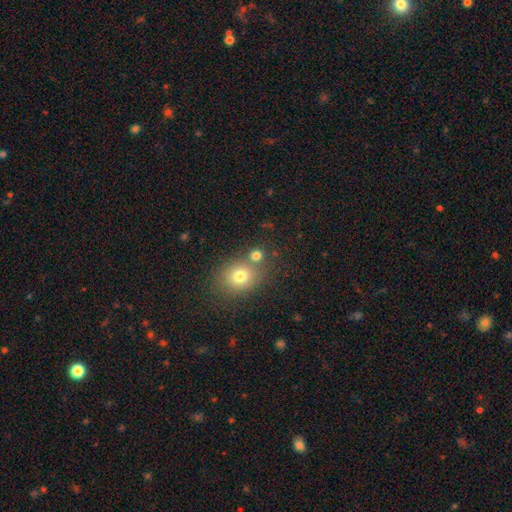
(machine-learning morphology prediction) type=smooth (76%); roundness=round (78%); merging=none (61%).